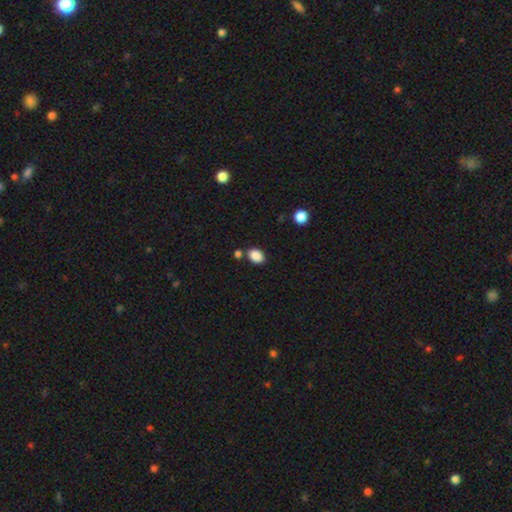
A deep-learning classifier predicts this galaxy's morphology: The model was most divided on "how rounded": in between: 75%, round: 24%, cigar-shaped: 1%. More confident: smooth or featured — smooth (88%); merging — none (75%).